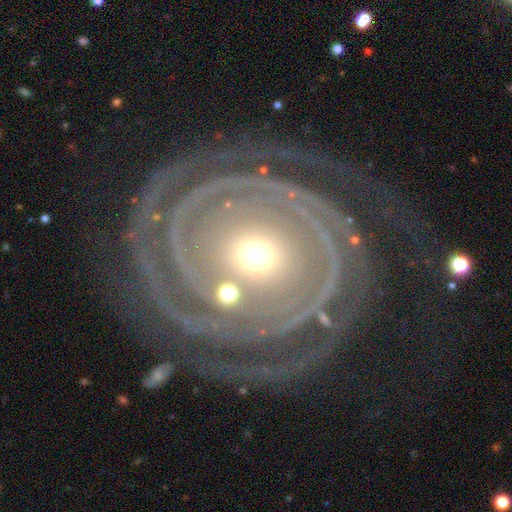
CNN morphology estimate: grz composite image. It shows a featured or disk galaxy (89%) with no bar (82%), 2 (45%) tight (81%) spiral arms (94%) and a moderate central bulge (51%). Merging: none (71%).